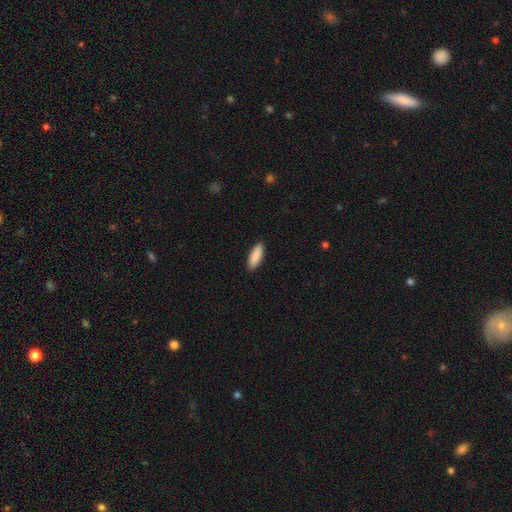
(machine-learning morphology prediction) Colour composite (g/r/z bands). It shows a smooth galaxy with no disk features (90%) that is in between round and cigar-shaped (57%). Merging: none (91%).